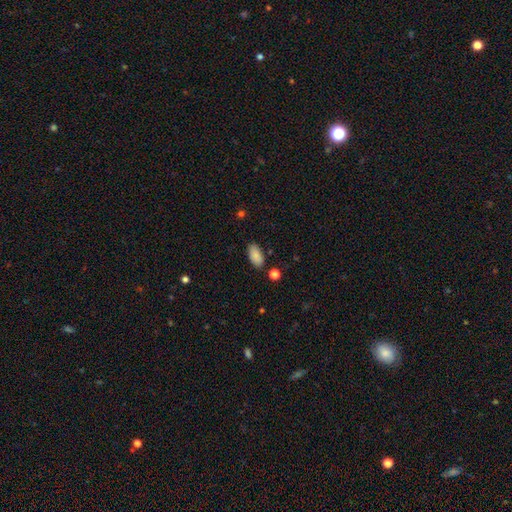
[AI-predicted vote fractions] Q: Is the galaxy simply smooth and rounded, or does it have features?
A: smooth — 87%.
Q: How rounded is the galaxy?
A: in between — 93%.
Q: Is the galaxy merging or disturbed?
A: none — 83%.